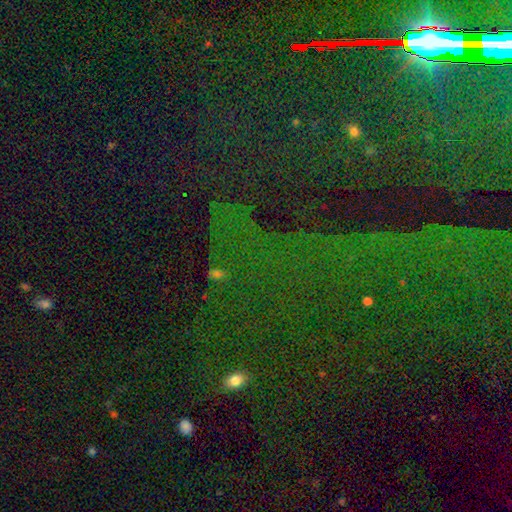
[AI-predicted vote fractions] Overall: star or artifact (81%).